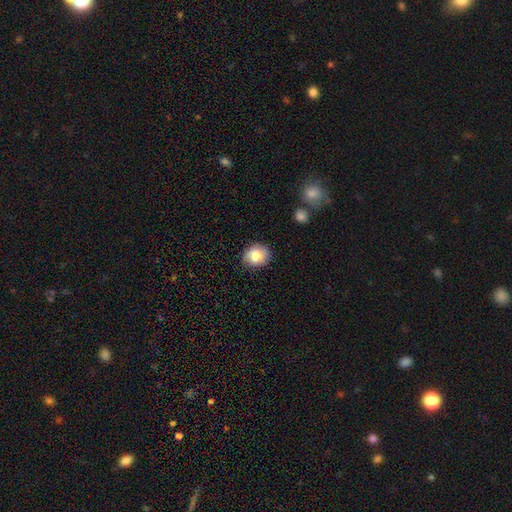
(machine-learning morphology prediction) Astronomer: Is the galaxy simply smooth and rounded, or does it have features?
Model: smooth — 81%.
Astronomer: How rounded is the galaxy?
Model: round — 60% (runner-up: in between, 39%).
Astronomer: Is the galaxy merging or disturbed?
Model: none — 77%.